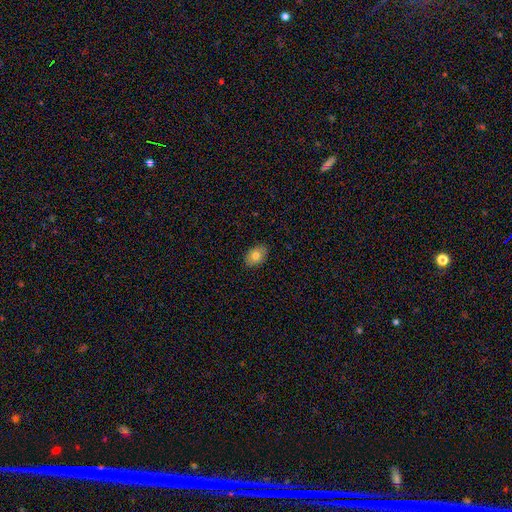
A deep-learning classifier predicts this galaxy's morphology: Smooth or featured? Predicted: smooth (p=0.79). How rounded? Predicted: in between (p=0.82). Merging? Predicted: none (p=0.88).